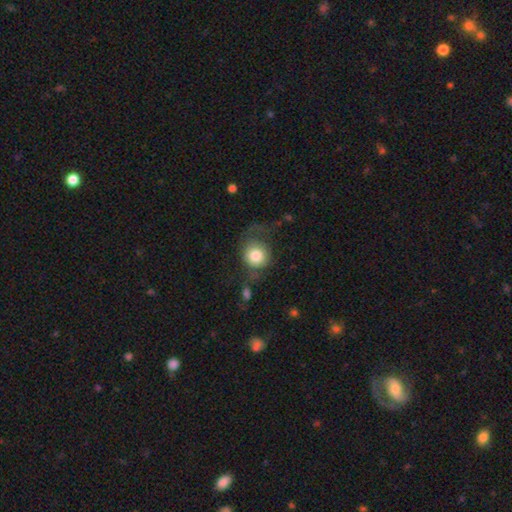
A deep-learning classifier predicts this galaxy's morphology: Smooth or featured? smooth (75%)
How rounded? round (85%)
Merging? none (41%)